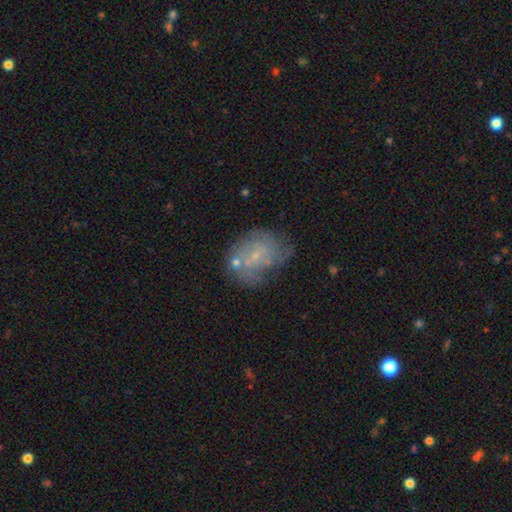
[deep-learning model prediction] Smooth or featured? featured or disk (58%)
Edge-on disk? no (97%)
Bar? no (69%)
Spiral arms? yes (64%)
Bulge size? small (75%)
Merging? none (51%)